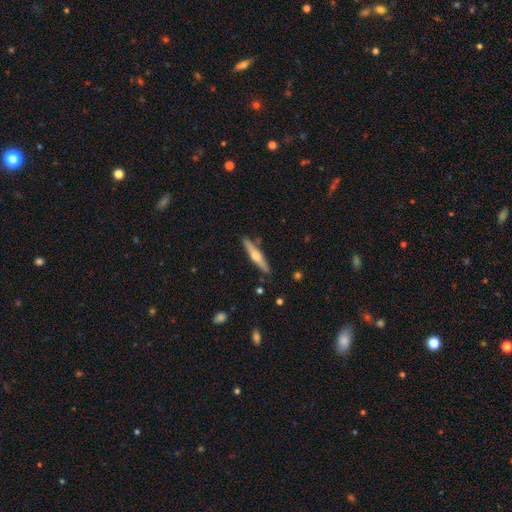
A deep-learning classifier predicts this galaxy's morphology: This is likely a featured or disk galaxy (61%). It is clearly viewed edge-on (96%). Edge-on bulge: clearly rounded (92%). Merging: clearly none (87%).